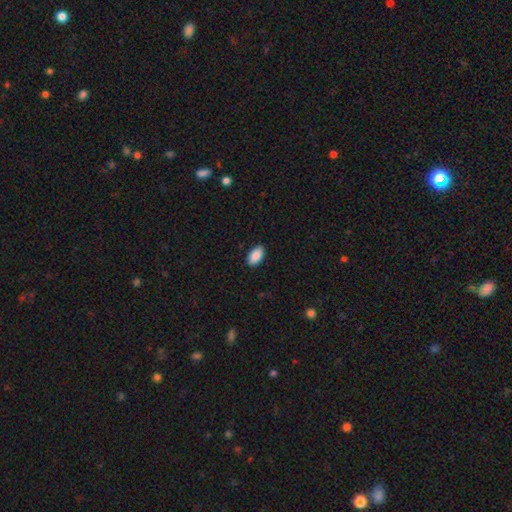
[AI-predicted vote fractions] This is clearly a smooth galaxy (89%). How rounded: clearly in between (95%). Merging: clearly none (90%).